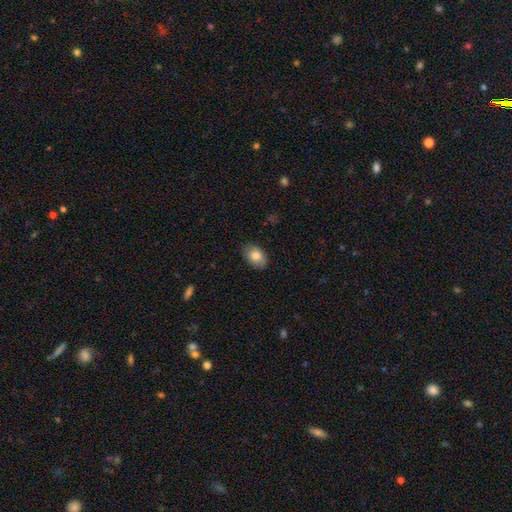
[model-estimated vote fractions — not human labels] smooth-or-featured: smooth: 83% | featured or disk: 10% | star or artifact: 7%
  how-rounded: in between: 85% | round: 14% | cigar-shaped: 1%
  merging: none: 84% | minor disturbance: 13% | major disturbance: 2% | merger: 1%